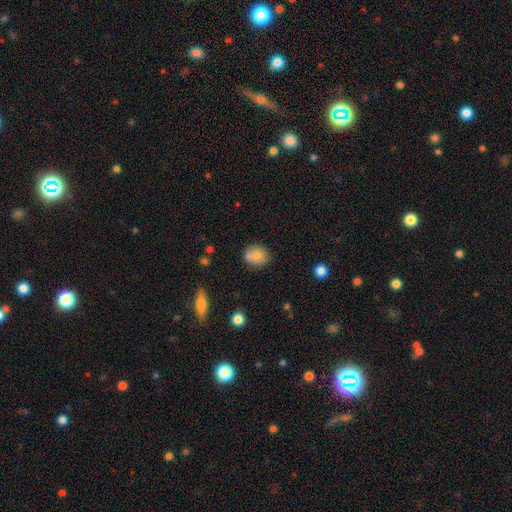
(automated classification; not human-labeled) Q: Smooth or featured?
A: smooth (78%); runner-up: featured or disk (12%)
Q: How rounded?
A: round (62%); runner-up: in between (37%)
Q: Merging?
A: none (70%); runner-up: minor disturbance (15%)